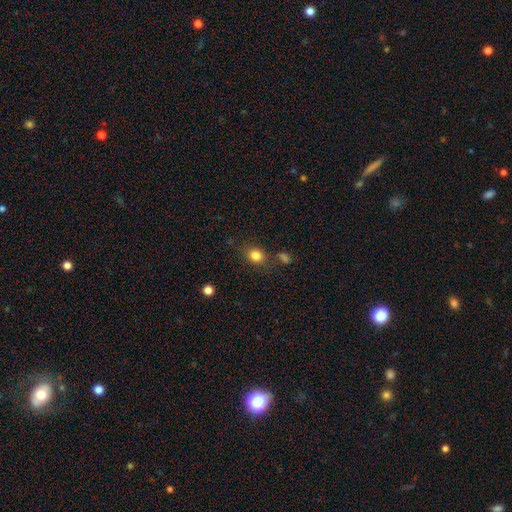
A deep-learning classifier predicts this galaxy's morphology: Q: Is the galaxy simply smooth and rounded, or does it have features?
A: smooth — 82%.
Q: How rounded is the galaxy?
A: round — 62%.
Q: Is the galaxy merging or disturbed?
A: none — 76%.